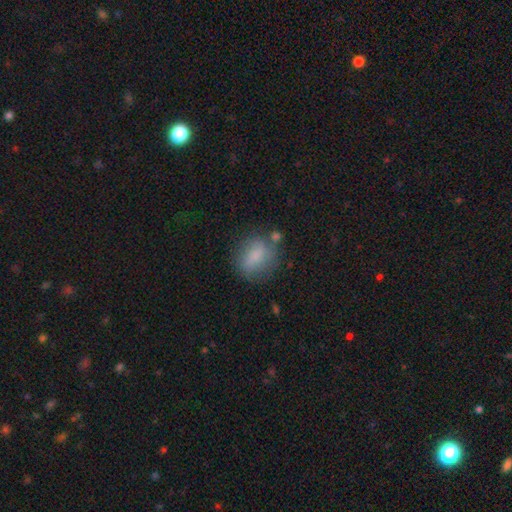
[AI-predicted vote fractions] A smooth galaxy with no disk features (77%) that is in between round and cigar-shaped (56%).

Vote fractions:
- Smooth or featured? smooth: 77% / featured or disk: 14% / star or artifact: 9%
- How rounded? in between: 56% / round: 41% / cigar-shaped: 3%
- Merging? none: 62% / minor disturbance: 22% / major disturbance: 8% / merger: 8%